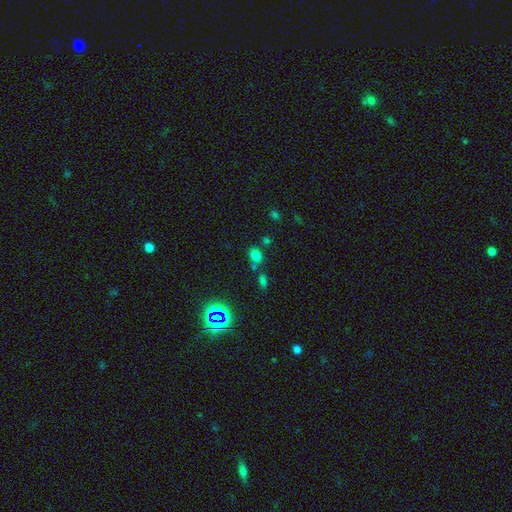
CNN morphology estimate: Smooth or featured? Predicted: smooth (p=0.66). How rounded? Predicted: round (p=0.50). Merging? Predicted: none (p=0.58).